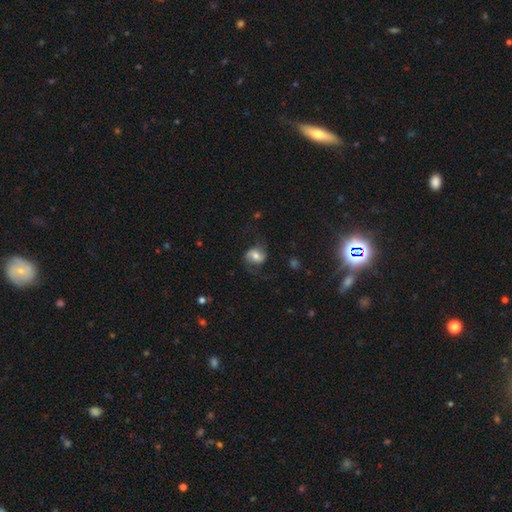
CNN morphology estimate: Smooth or featured?
  - featured or disk: 53% *
  - smooth: 38%
  - star or artifact: 9%
Edge-on disk?
  - no: 97% *
  - yes: 3%
Bar?
  - no: 47% *
  - weak: 36%
  - strong: 18%
Spiral arms?
  - yes: 86% *
  - no: 14%
Bulge size?
  - moderate: 65% *
  - small: 19%
  - large: 12%
  - dominant: 2%
  - none: 2%
Merging?
  - none: 67% *
  - minor disturbance: 17%
  - major disturbance: 14%
  - merger: 1%